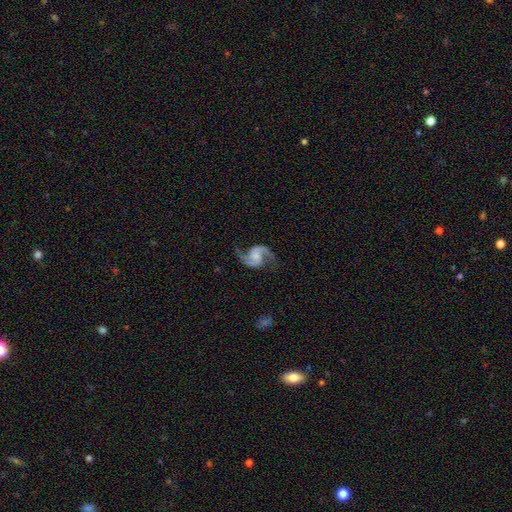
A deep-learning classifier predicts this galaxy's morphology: The model was most divided on "bulge size": none: 38%, small: 28%, moderate: 23%, large: 9%, dominant: 2%. More confident: edge-on disk — no (98%); spiral arms — yes (98%); spiral arm count — 2 (94%); smooth or featured — featured or disk (92%); merging — none (80%); bar — no (58%); spiral winding — medium (50%).